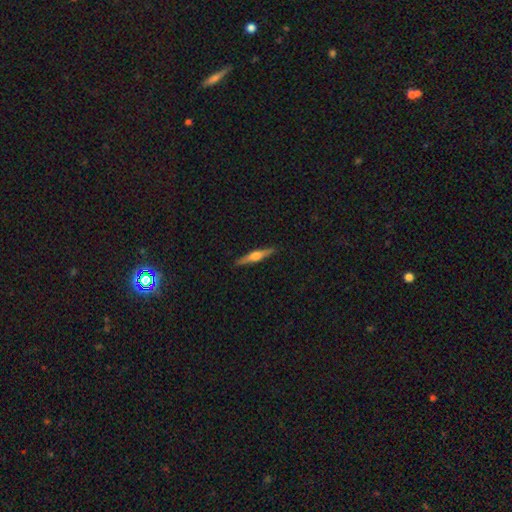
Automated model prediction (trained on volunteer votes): Morphology: type=featured or disk (66%); edge-on=yes (97%); edge-on bulge=rounded (91%); merging=none (91%).